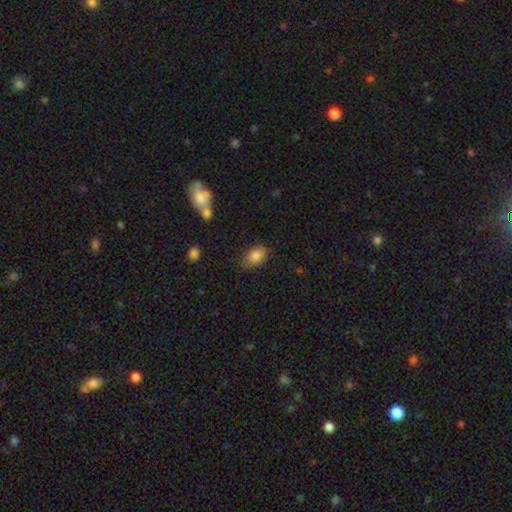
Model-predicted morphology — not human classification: Q: Smooth or featured?
A: smooth (86%); runner-up: star or artifact (8%)
Q: How rounded?
A: in between (86%); runner-up: round (13%)
Q: Merging?
A: none (78%); runner-up: minor disturbance (16%)